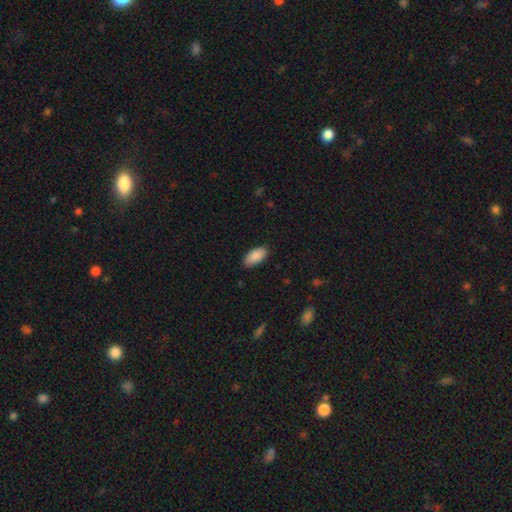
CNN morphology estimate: This is clearly a smooth galaxy (90%). How rounded: clearly in between (93%). Merging: clearly none (86%).